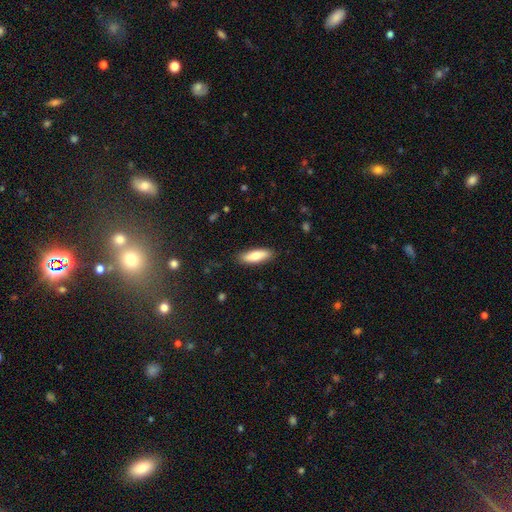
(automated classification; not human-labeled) Q: Smooth or featured?
A: smooth (78%); runner-up: featured or disk (16%)
Q: How rounded?
A: in between (53%); runner-up: cigar-shaped (46%)
Q: Merging?
A: none (87%); runner-up: minor disturbance (10%)